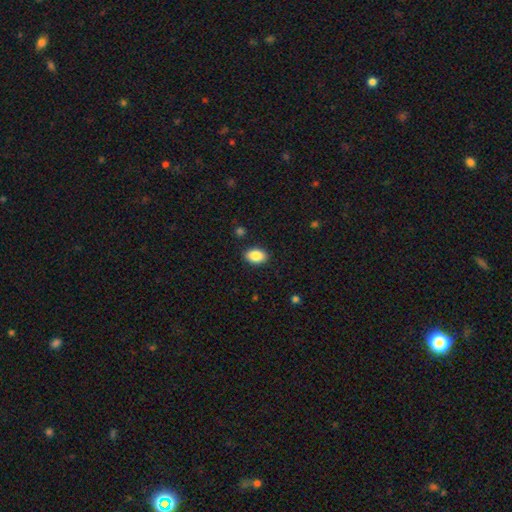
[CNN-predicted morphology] The model was most divided on "how rounded": in between: 86%, round: 12%, cigar-shaped: 1%. More confident: merging — none (89%); smooth or featured — smooth (87%).